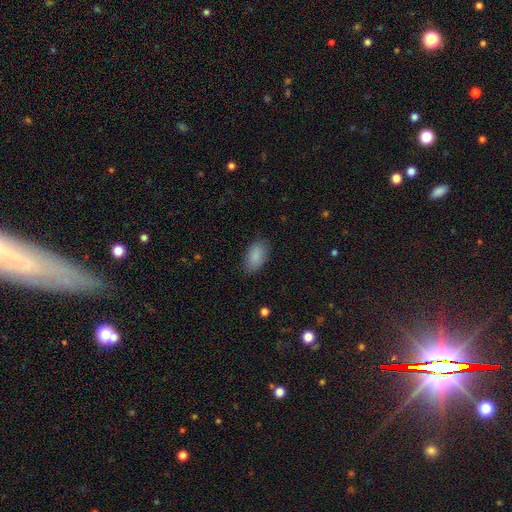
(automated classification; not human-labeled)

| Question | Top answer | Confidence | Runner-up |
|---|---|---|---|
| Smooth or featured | smooth | 88% | star or artifact (7%) |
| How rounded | in between | 93% | round (4%) |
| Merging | none | 82% | minor disturbance (14%) |